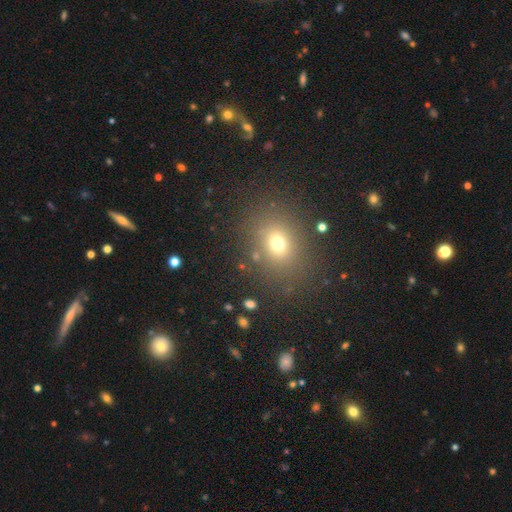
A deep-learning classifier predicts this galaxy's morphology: Overall: smooth (63%; star or artifact 27%). How rounded: round (58%; in between 40%). Merging: none (86%).